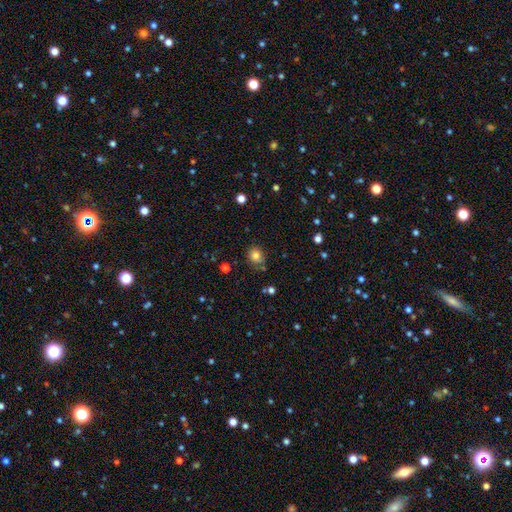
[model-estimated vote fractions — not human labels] A smooth galaxy with no disk features (80%) that is round (81%).

Vote fractions:
- Smooth or featured? smooth: 80% / star or artifact: 13% / featured or disk: 7%
- How rounded? round: 81% / in between: 18% / cigar-shaped: 1%
- Merging? none: 77% / minor disturbance: 15% / merger: 5% / major disturbance: 4%